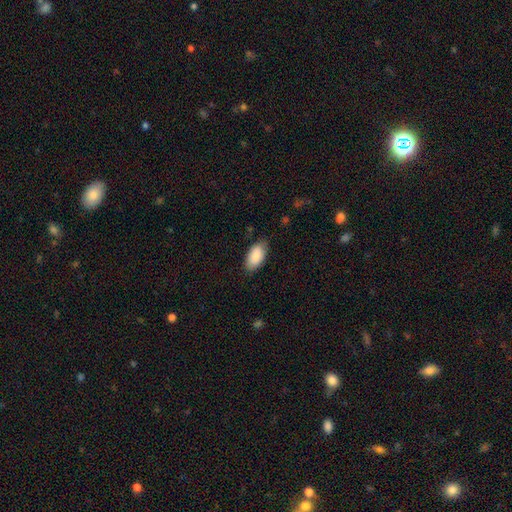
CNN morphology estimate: Smooth or featured?
  - smooth: 88% *
  - star or artifact: 6%
  - featured or disk: 6%
How rounded?
  - in between: 94% *
  - cigar-shaped: 3%
  - round: 3%
Merging?
  - none: 78% *
  - minor disturbance: 18%
  - major disturbance: 3%
  - merger: 1%